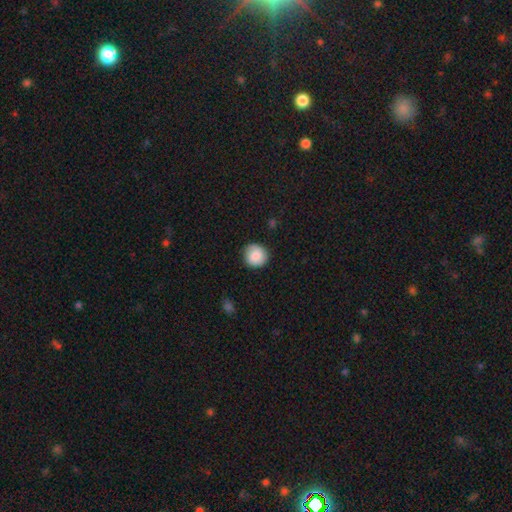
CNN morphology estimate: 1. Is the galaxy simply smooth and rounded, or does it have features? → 81% smooth, 11% featured or disk, 7% star or artifact.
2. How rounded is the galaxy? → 93% round, 6% in between, 1% cigar-shaped.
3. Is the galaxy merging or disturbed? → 87% none, 10% minor disturbance, 2% major disturbance, 1% merger.